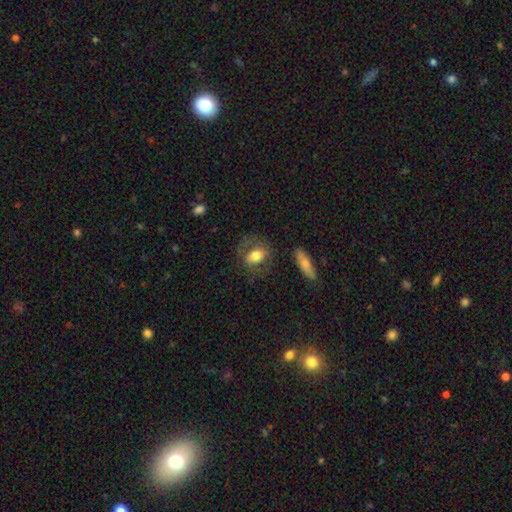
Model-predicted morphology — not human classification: This appears to be a smooth galaxy with no disk features (61%) that is in between round and cigar-shaped (70%). Merging: none (67%).